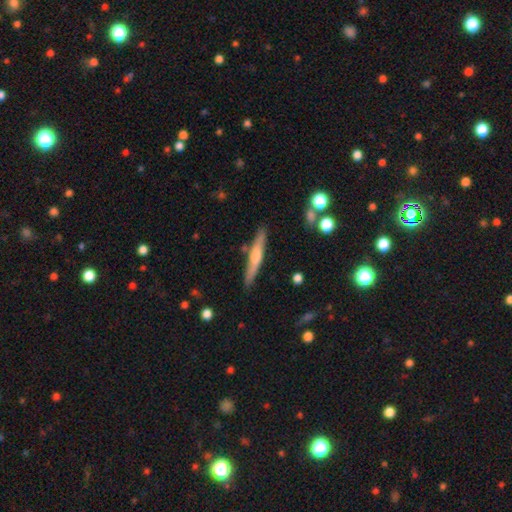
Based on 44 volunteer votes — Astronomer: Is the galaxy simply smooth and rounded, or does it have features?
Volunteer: smooth — 55% (runner-up: featured or disk, 43%).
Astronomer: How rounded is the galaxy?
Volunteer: cigar-shaped — 100%.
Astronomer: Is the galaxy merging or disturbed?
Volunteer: none — 86%.